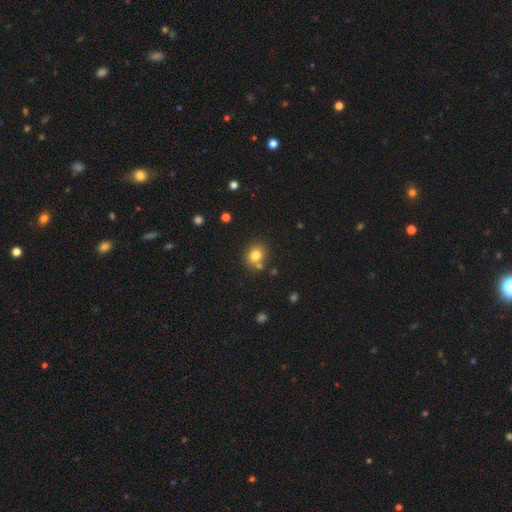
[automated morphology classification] A smooth galaxy with no disk features (79%) that is round (66%).

Vote fractions:
- Smooth or featured? smooth: 79% / star or artifact: 12% / featured or disk: 9%
- How rounded? round: 66% / in between: 33% / cigar-shaped: 1%
- Merging? none: 69% / merger: 16% / minor disturbance: 12% / major disturbance: 3%